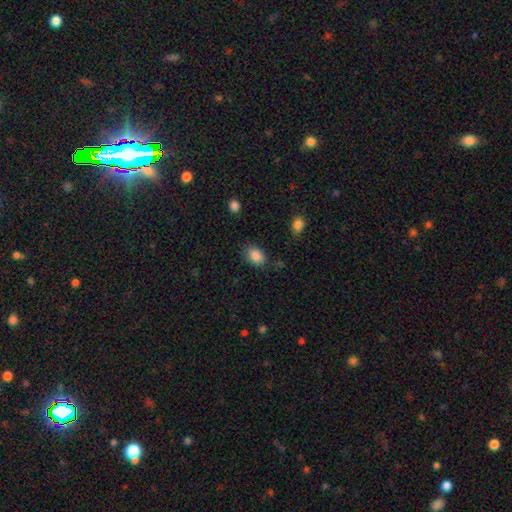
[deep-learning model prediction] Smooth or featured: smooth — 87% (star or artifact — 9%)
How rounded: in between — 76% (round — 23%)
Merging: none — 79% (minor disturbance — 15%)